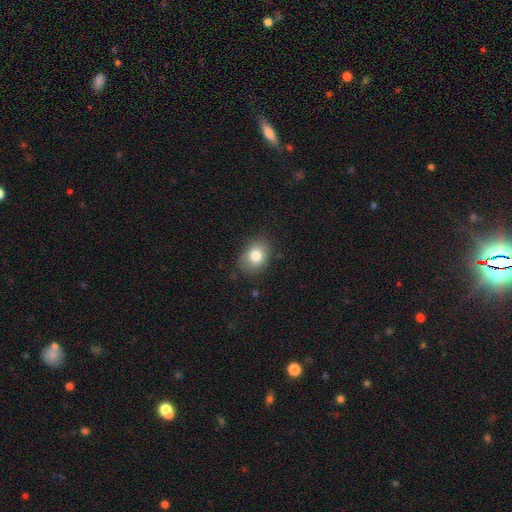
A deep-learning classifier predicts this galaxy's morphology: Smooth or featured? smooth (81%)
How rounded? in between (55%)
Merging? none (81%)